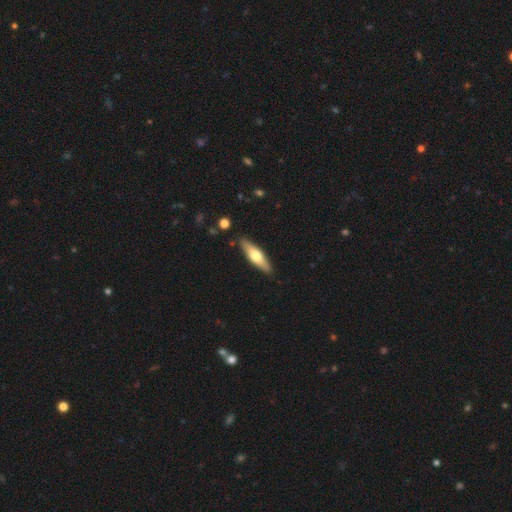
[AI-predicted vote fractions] smooth-or-featured: smooth: 53% | featured or disk: 42% | star or artifact: 5%
  how-rounded: cigar-shaped: 64% | in between: 34% | round: 2%
  merging: none: 87% | minor disturbance: 9% | merger: 2% | major disturbance: 2%